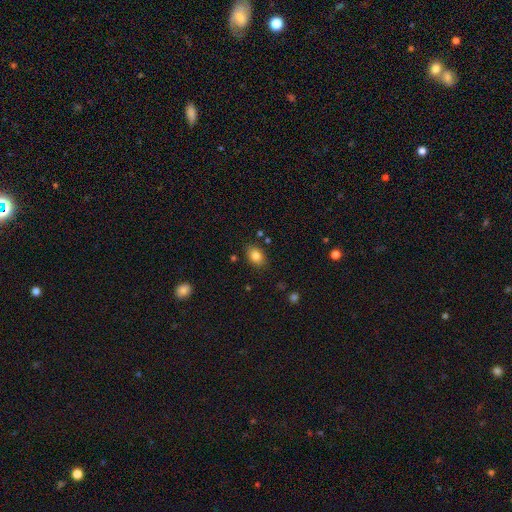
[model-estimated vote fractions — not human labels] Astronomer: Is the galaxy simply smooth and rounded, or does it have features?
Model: smooth — 84%.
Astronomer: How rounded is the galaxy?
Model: in between — 76%.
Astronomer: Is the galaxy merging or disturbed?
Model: none — 84%.